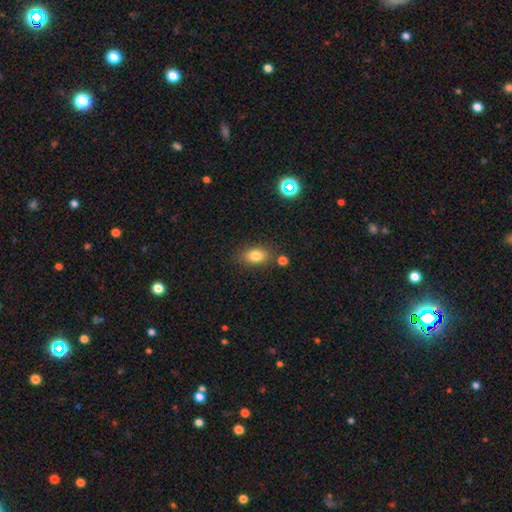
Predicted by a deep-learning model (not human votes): Smooth or featured? smooth (80%)
How rounded? in between (78%)
Merging? none (77%)